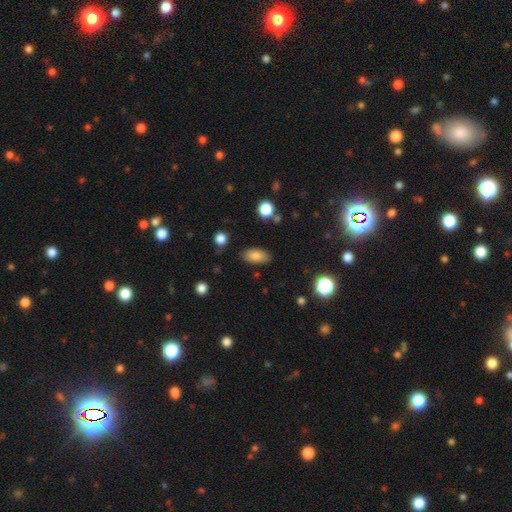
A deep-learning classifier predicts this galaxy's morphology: Overall: smooth (83%). How rounded: in between (90%). Merging: none (83%).